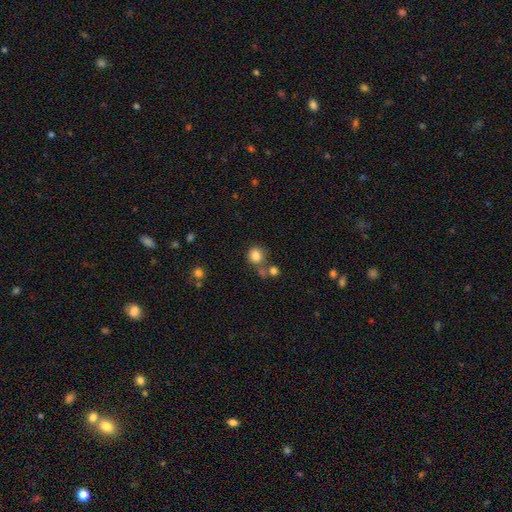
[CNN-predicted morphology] type=smooth (82%); roundness=round (81%); merging=none (68%).